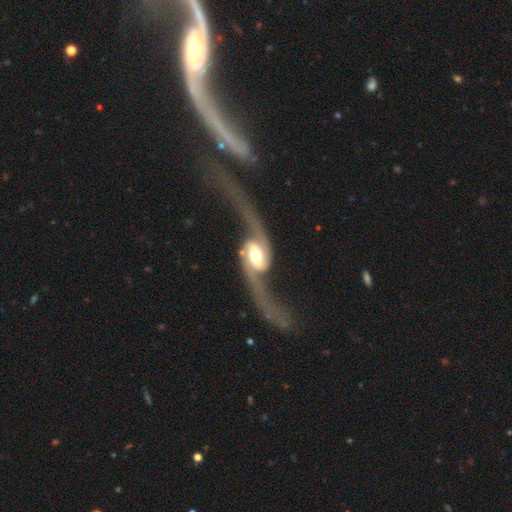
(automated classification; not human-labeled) smooth-or-featured: featured or disk: 89% | smooth: 7% | star or artifact: 4%
  disk-edge-on: no: 92% | yes: 8%
    bar: weak: 37% | strong: 33% | no: 30%
    has-spiral-arms: yes: 95% | no: 5%
      spiral-winding: loose: 89% | medium: 8% | tight: 4%
      spiral-arm-count: 2: 94% | 1: 2% | can't tell: 1% | 3: 1% | 4: 1% | more than 4: 1%
    bulge-size: moderate: 62% | large: 24% | small: 9% | dominant: 4% | none: 2%
  merging: none: 52% | major disturbance: 29% | minor disturbance: 13% | merger: 6%